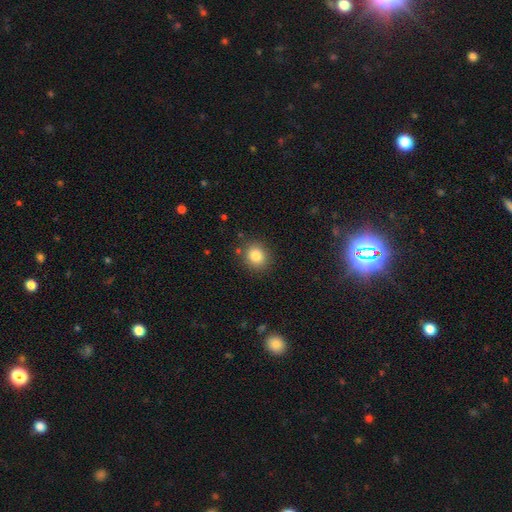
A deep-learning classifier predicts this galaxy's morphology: A smooth galaxy with no disk features (84%) that is round (76%).

Vote fractions:
- Smooth or featured? smooth: 84% / star or artifact: 10% / featured or disk: 6%
- How rounded? round: 76% / in between: 23% / cigar-shaped: 1%
- Merging? none: 86% / minor disturbance: 9% / major disturbance: 3% / merger: 2%